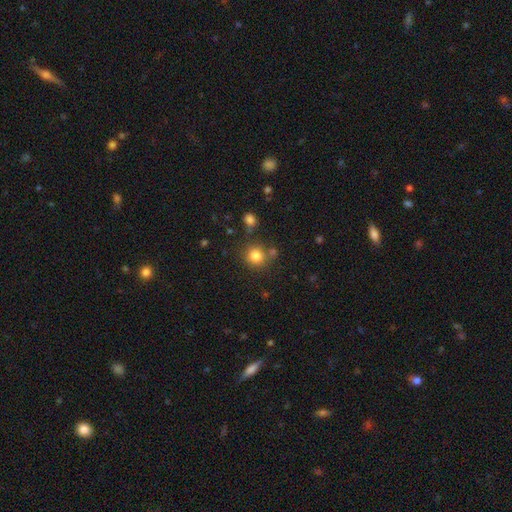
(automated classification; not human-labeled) A smooth galaxy with no disk features (81%) that is round (90%). Merging: none (75%).